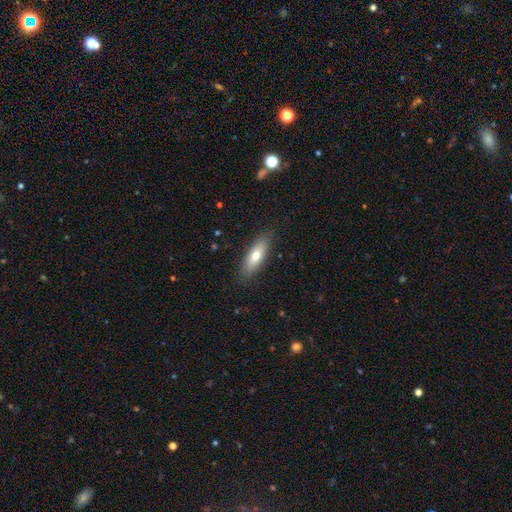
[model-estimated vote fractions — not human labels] Q: Smooth or featured?
A: smooth (71%); runner-up: featured or disk (23%)
Q: How rounded?
A: in between (59%); runner-up: cigar-shaped (38%)
Q: Merging?
A: none (85%); runner-up: minor disturbance (11%)